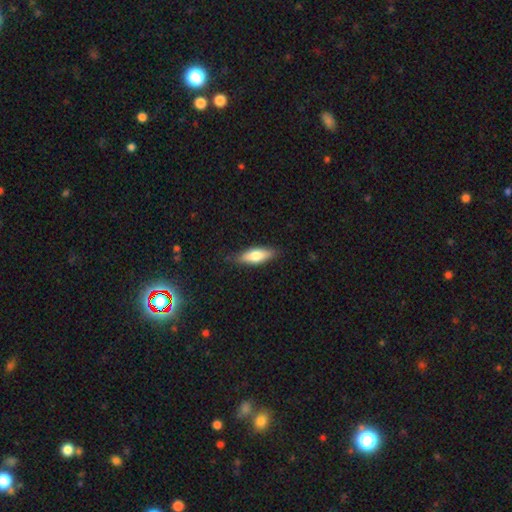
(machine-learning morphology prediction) Smooth or featured? Predicted: smooth (p=0.69). How rounded? Predicted: in between (p=0.59). Merging? Predicted: none (p=0.83).